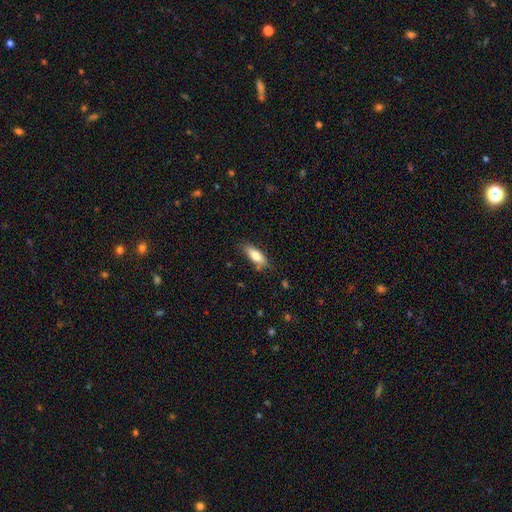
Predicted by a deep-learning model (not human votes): This appears to be a smooth galaxy with no disk features (74%) that is in between round and cigar-shaped (65%). Merging: none (77%).